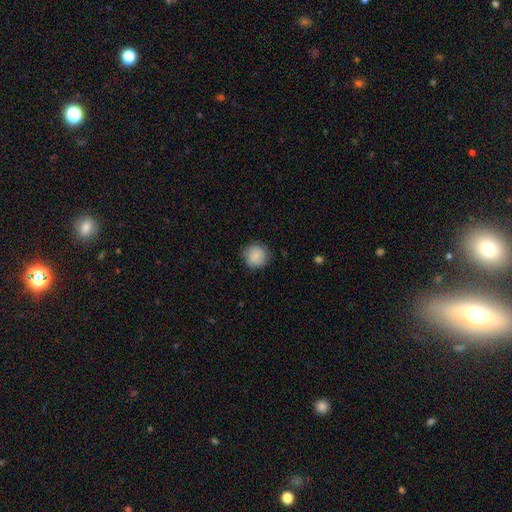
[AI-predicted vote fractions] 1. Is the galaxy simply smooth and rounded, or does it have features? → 86% smooth, 7% star or artifact, 7% featured or disk.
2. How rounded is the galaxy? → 90% round, 9% in between, 1% cigar-shaped.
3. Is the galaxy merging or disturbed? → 83% none, 13% minor disturbance, 3% major disturbance, 1% merger.